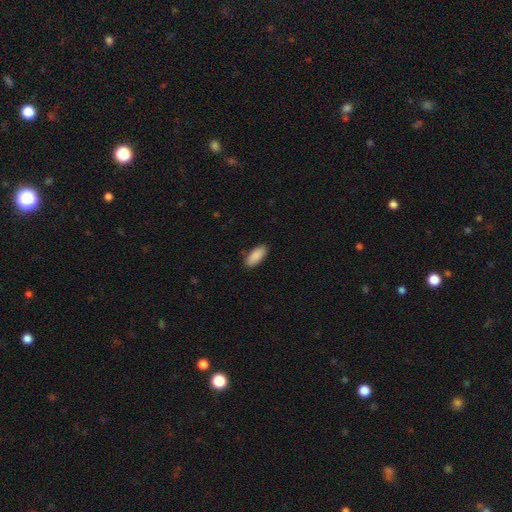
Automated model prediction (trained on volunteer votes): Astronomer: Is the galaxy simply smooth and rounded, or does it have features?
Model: smooth — 90%.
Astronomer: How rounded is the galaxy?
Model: in between — 85%.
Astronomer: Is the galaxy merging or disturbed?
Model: none — 87%.